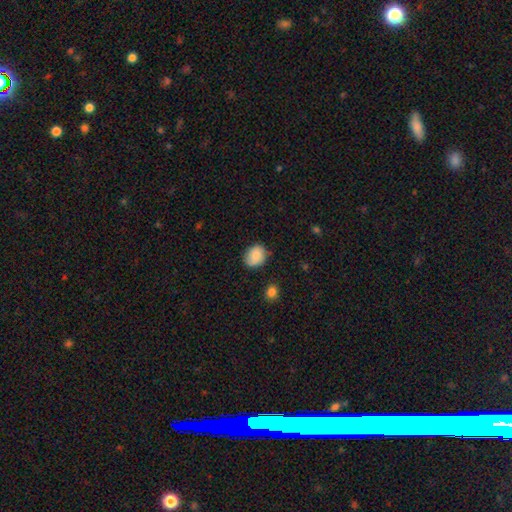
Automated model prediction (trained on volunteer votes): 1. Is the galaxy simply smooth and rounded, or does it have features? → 82% smooth, 10% featured or disk, 8% star or artifact.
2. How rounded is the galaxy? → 55% round, 44% in between, 1% cigar-shaped.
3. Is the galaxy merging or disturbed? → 76% none, 18% minor disturbance, 3% major disturbance, 2% merger.